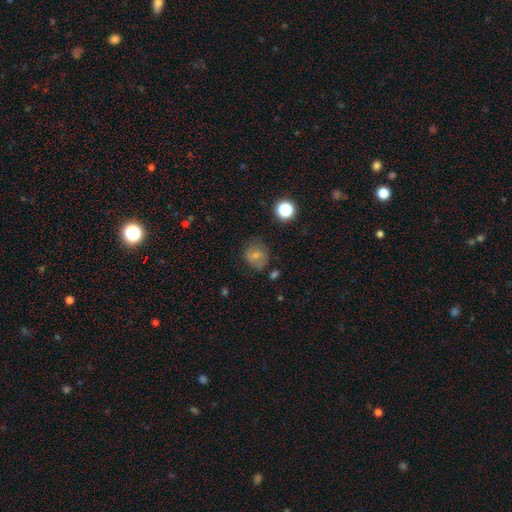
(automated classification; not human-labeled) Q: Smooth or featured?
A: smooth (68%); runner-up: featured or disk (19%)
Q: How rounded?
A: round (71%); runner-up: in between (28%)
Q: Merging?
A: none (65%); runner-up: minor disturbance (23%)